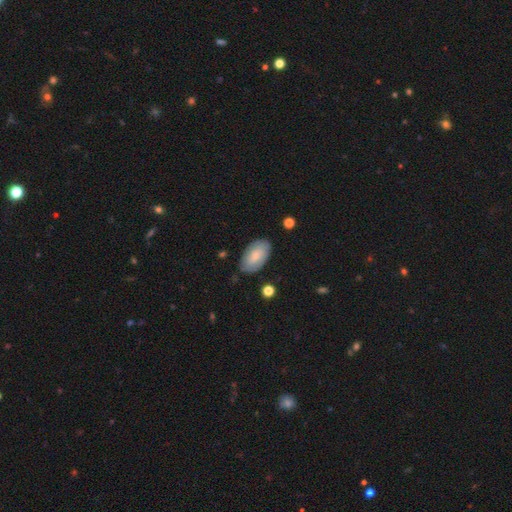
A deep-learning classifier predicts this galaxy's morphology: smooth-or-featured: smooth: 70% | featured or disk: 24% | star or artifact: 6%
  how-rounded: in between: 95% | round: 3% | cigar-shaped: 2%
  merging: none: 79% | minor disturbance: 16% | major disturbance: 3% | merger: 2%